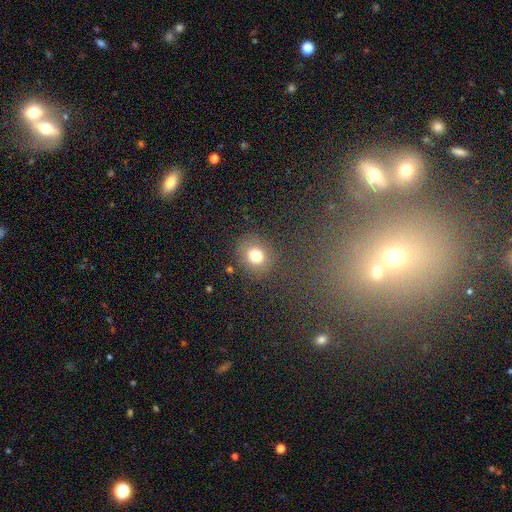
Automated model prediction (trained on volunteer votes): Smooth or featured: smooth — 77% (star or artifact — 14%)
How rounded: round — 79% (in between — 20%)
Merging: none — 83% (minor disturbance — 10%)